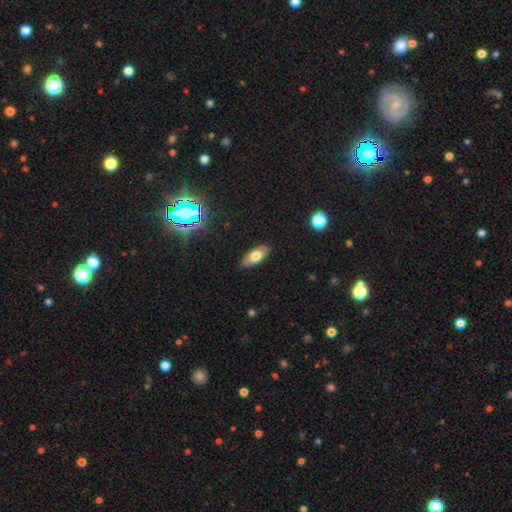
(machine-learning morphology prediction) Smooth or featured?
  - smooth: 70% *
  - featured or disk: 21%
  - star or artifact: 9%
How rounded?
  - in between: 88% *
  - cigar-shaped: 9%
  - round: 3%
Merging?
  - none: 86% *
  - minor disturbance: 11%
  - major disturbance: 2%
  - merger: 1%